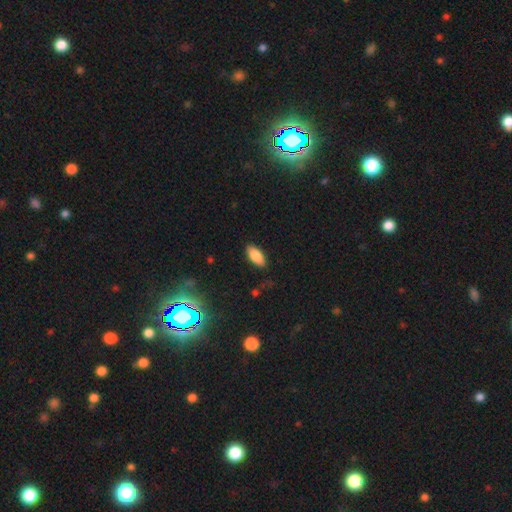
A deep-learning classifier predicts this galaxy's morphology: smooth 82%, featured or disk 9%, star or artifact 8%. Down the decision tree: how rounded — in between (87%); merging — none (85%).